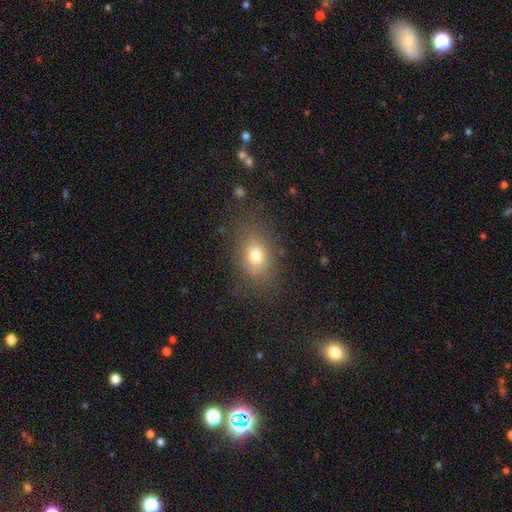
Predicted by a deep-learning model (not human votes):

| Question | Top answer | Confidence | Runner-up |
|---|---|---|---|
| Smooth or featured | smooth | 75% | star or artifact (13%) |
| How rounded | in between | 70% | round (28%) |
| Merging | none | 78% | minor disturbance (14%) |